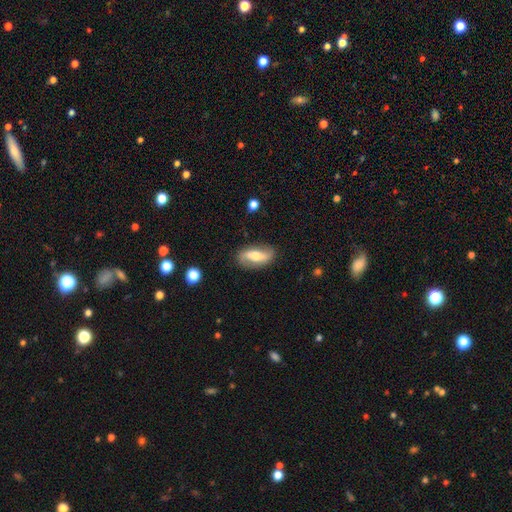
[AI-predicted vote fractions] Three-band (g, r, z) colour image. It shows a featured or disk galaxy (57%). Merging: none (82%).